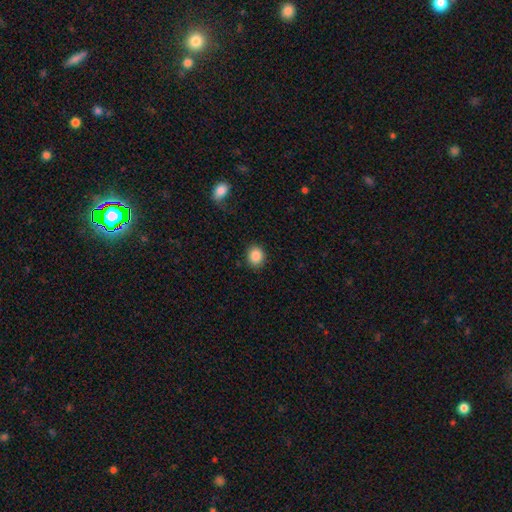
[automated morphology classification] A smooth galaxy with no disk features (87%) that is round (73%).

Vote fractions:
- Smooth or featured? smooth: 87% / star or artifact: 9% / featured or disk: 4%
- How rounded? round: 73% / in between: 26% / cigar-shaped: 1%
- Merging? none: 88% / minor disturbance: 8% / major disturbance: 3% / merger: 1%